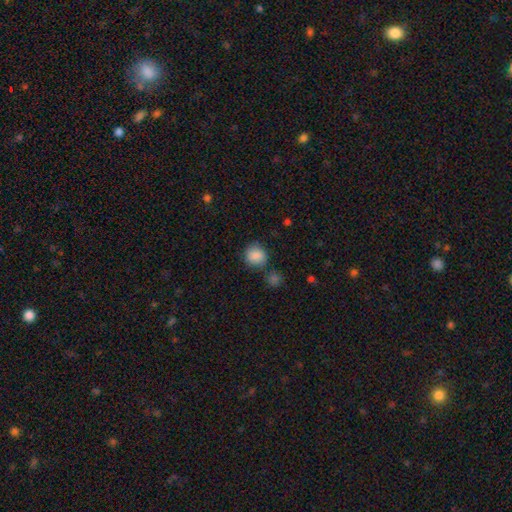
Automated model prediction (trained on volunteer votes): This appears to be a smooth galaxy with no disk features (87%) that is round (85%). Merging: none (77%).